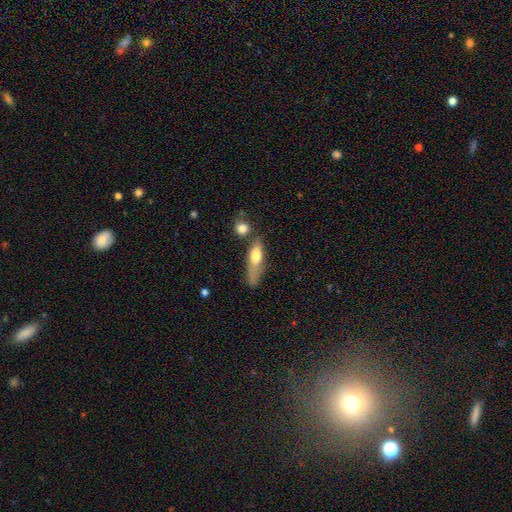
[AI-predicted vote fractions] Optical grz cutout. It shows a smooth galaxy with no disk features (63%) that is cigar-shaped (58%). Merging: none (42%).